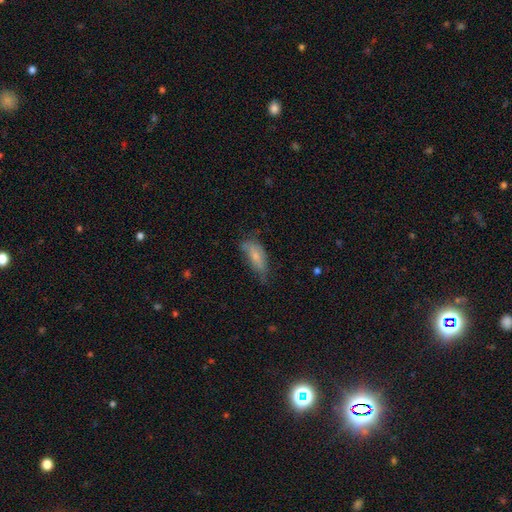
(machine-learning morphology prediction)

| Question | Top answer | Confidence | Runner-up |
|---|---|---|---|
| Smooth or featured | smooth | 67% | featured or disk (24%) |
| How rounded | in between | 77% | cigar-shaped (20%) |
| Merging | none | 38% | tied: minor disturbance (38%) |